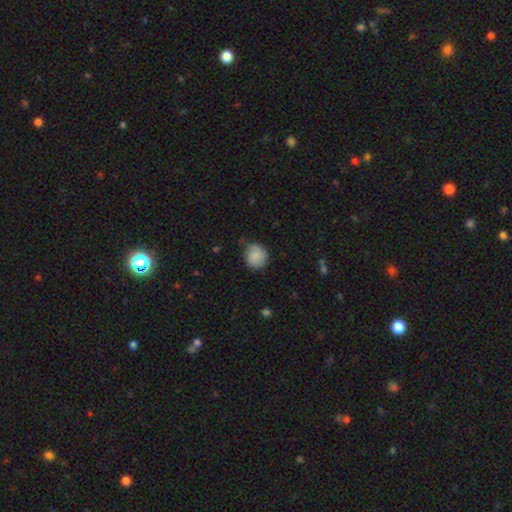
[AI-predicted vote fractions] Smooth or featured? Predicted: smooth (p=0.83). How rounded? Predicted: round (p=0.83). Merging? Predicted: none (p=0.69).